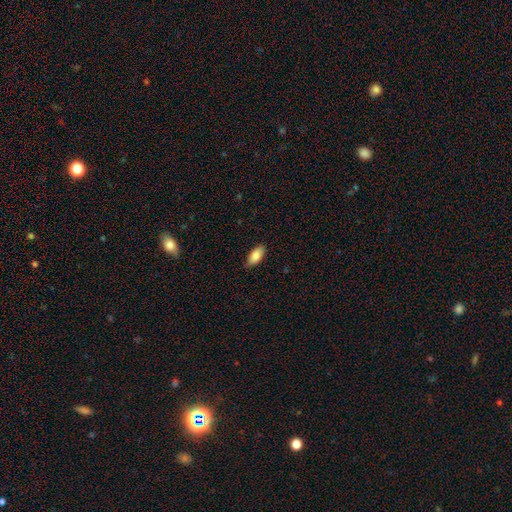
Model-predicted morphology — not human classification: A smooth galaxy with no disk features (85%) that is in between round and cigar-shaped (90%). Merging: none (86%).